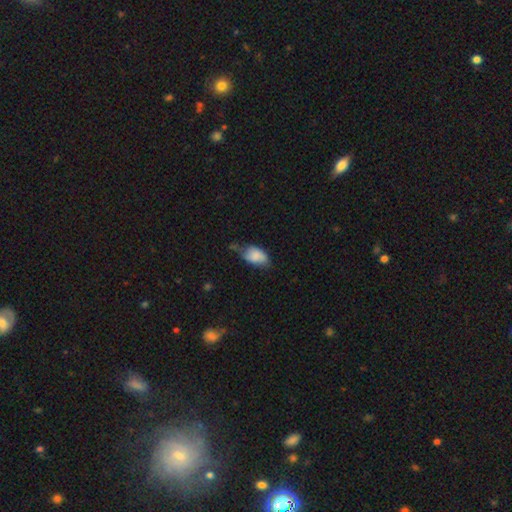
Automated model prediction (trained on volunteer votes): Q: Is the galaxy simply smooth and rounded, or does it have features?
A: smooth — 79%.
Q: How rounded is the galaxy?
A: in between — 92%.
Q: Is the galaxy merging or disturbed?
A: minor disturbance — 43%.